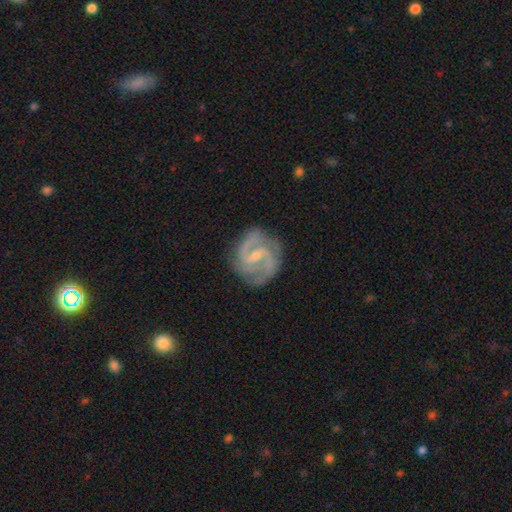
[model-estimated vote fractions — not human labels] smooth-or-featured: featured or disk: 91% | smooth: 5% | star or artifact: 4%
  disk-edge-on: no: 98% | yes: 2%
    bar: weak: 57% | no: 22% | strong: 21%
    has-spiral-arms: yes: 98% | no: 2%
      spiral-winding: medium: 58% | tight: 30% | loose: 12%
      spiral-arm-count: 2: 81% | 3: 10% | can't tell: 4% | 4: 2% | 1: 2% | more than 4: 2%
    bulge-size: small: 64% | moderate: 27% | none: 8% | large: 1% | dominant: 1%
  merging: none: 76% | minor disturbance: 17% | major disturbance: 6% | merger: 1%